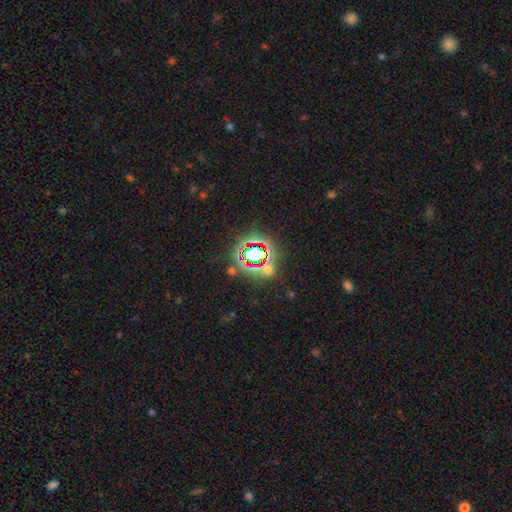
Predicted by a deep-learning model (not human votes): Smooth or featured? Predicted: star or artifact (p=0.73).